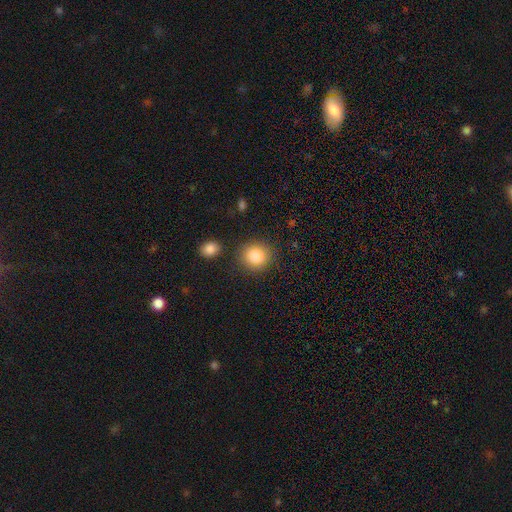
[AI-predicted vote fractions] Morphology: type=smooth (86%); roundness=round (89%); merging=none (84%).